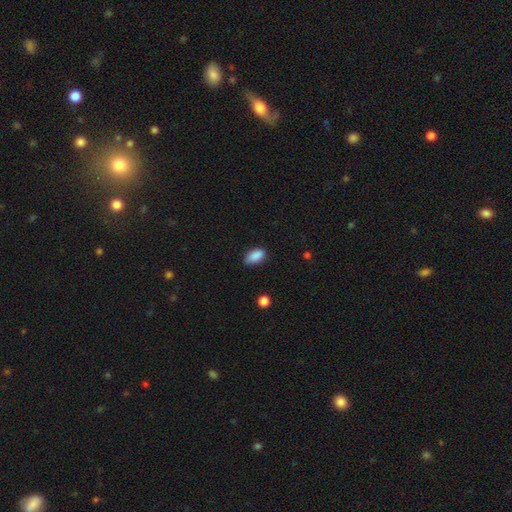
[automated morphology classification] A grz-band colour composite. It shows a smooth galaxy with no disk features (88%) that is in between round and cigar-shaped (91%). Merging: none (70%).